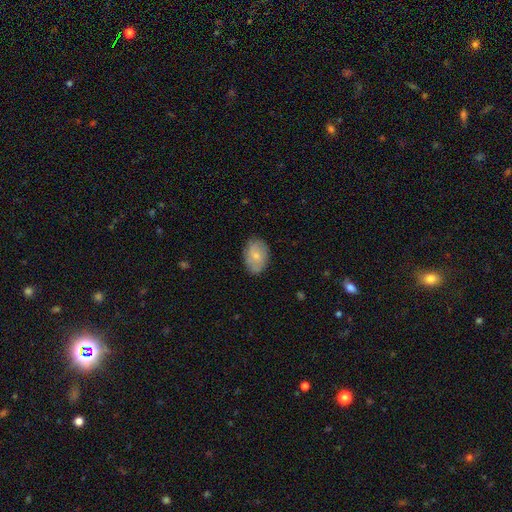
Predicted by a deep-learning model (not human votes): A smooth galaxy with no disk features (70%) that is in between round and cigar-shaped (83%). Merging: none (80%).